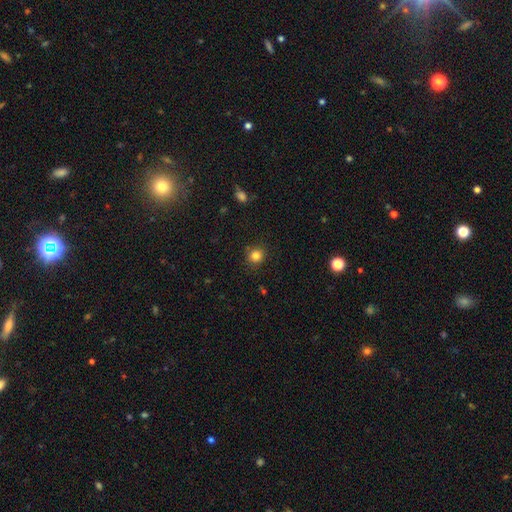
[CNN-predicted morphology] smooth 83%, star or artifact 12%, featured or disk 5%. Down the decision tree: how rounded — round (88%); merging — none (87%).